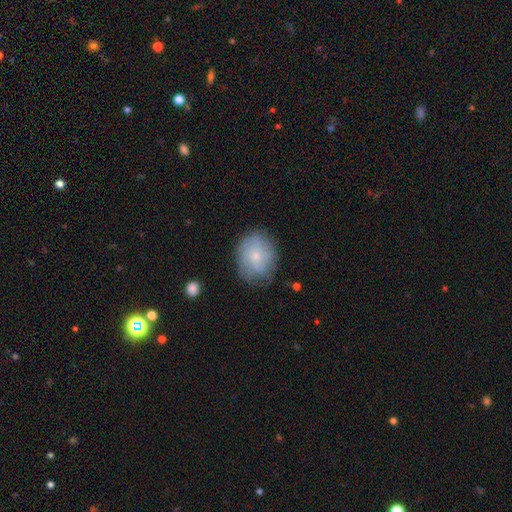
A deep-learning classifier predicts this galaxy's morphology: Smooth or featured? smooth (51%)
How rounded? round (53%)
Merging? none (73%)